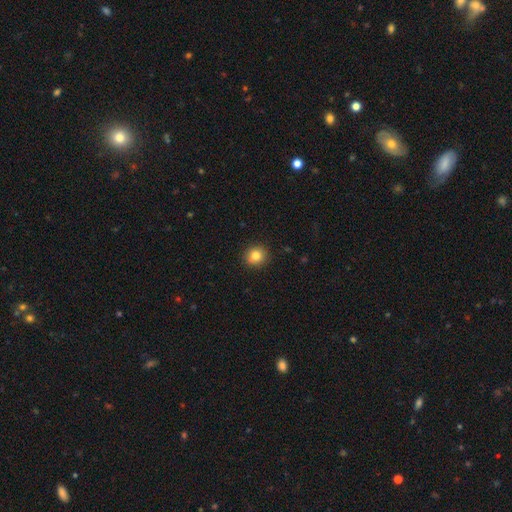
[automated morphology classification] smooth_or_featured: smooth (p=0.83) [alt: star or artifact p=0.11]
how_rounded: round (p=0.88) [alt: in between p=0.11]
merging: none (p=0.92) [alt: minor disturbance p=0.06]